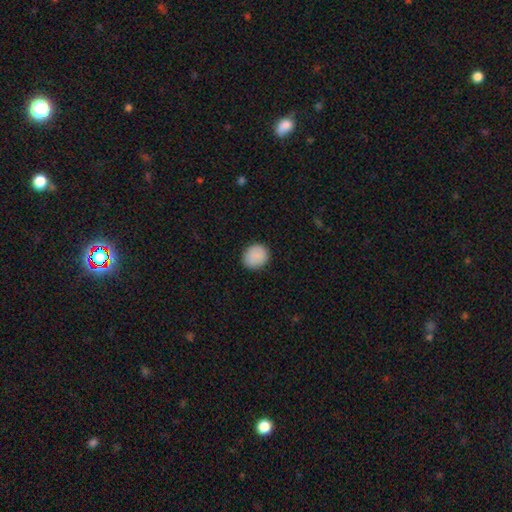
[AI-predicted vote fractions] Smooth or featured: smooth — 89% (star or artifact — 7%)
How rounded: round — 77% (in between — 22%)
Merging: none — 89% (minor disturbance — 8%)